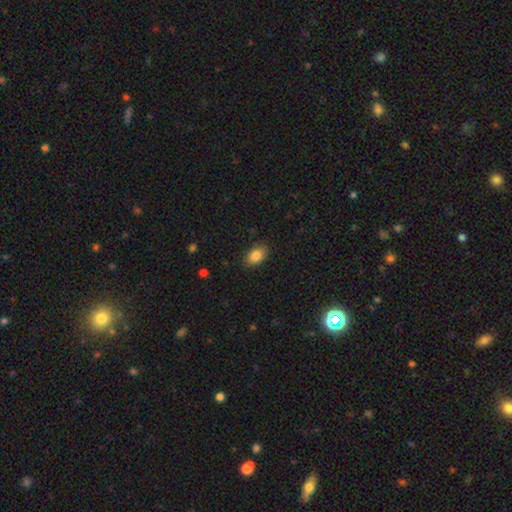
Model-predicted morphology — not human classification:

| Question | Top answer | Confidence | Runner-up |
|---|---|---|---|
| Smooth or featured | smooth | 85% | star or artifact (9%) |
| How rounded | in between | 89% | round (9%) |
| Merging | none | 86% | minor disturbance (11%) |